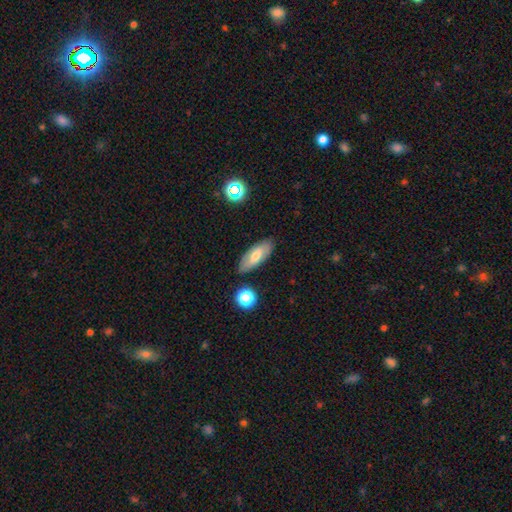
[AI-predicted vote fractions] The model was most divided on "smooth or featured": smooth: 60%, featured or disk: 32%, star or artifact: 8%. More confident: merging — none (85%); how rounded — in between (76%).